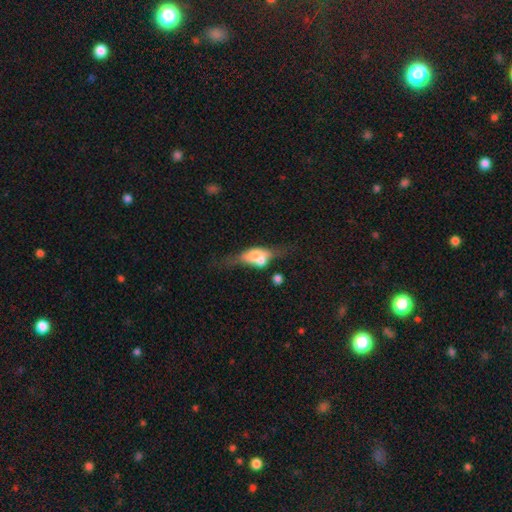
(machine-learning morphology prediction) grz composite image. It shows a smooth galaxy with no disk features (47%). Merging: merger (34%).